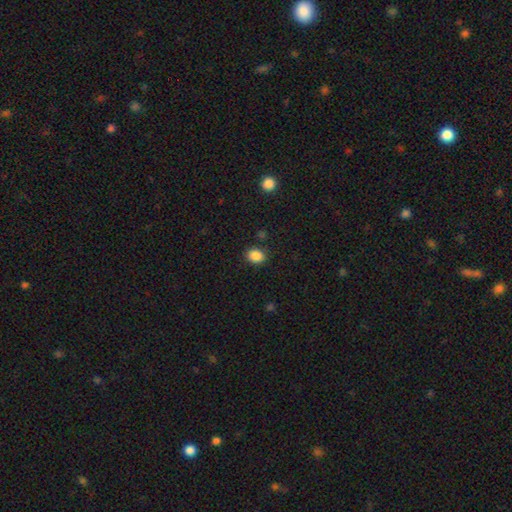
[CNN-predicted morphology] A smooth galaxy with no disk features (87%) that is in between round and cigar-shaped (54%).

Vote fractions:
- Smooth or featured? smooth: 87% / star or artifact: 10% / featured or disk: 3%
- How rounded? in between: 54% / round: 45% / cigar-shaped: 1%
- Merging? none: 85% / minor disturbance: 10% / major disturbance: 3% / merger: 2%